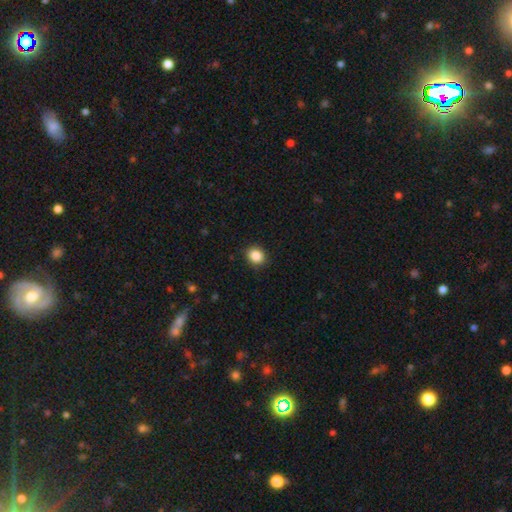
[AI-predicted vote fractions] Smooth or featured?
  - smooth: 87% *
  - star or artifact: 9%
  - featured or disk: 4%
How rounded?
  - round: 70% *
  - in between: 29%
  - cigar-shaped: 1%
Merging?
  - none: 90% *
  - minor disturbance: 7%
  - major disturbance: 2%
  - merger: 1%